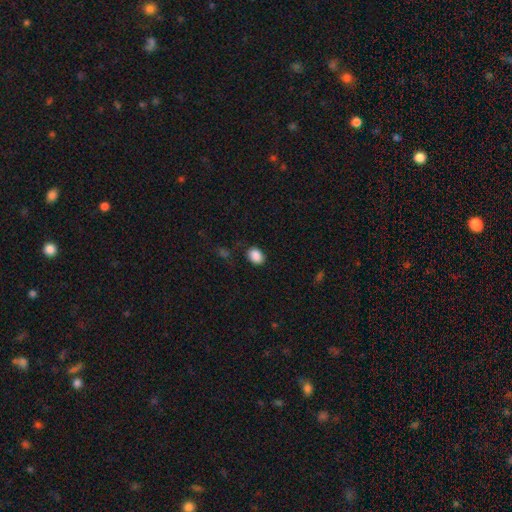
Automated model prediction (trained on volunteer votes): This appears to be a smooth galaxy with no disk features (88%) that is in between round and cigar-shaped (68%). Merging: none (84%).